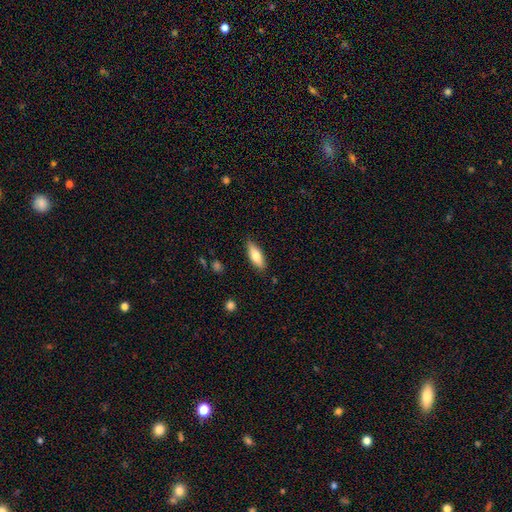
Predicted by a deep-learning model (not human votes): This appears to be a smooth galaxy with no disk features (76%) that is in between round and cigar-shaped (67%). Merging: none (85%).